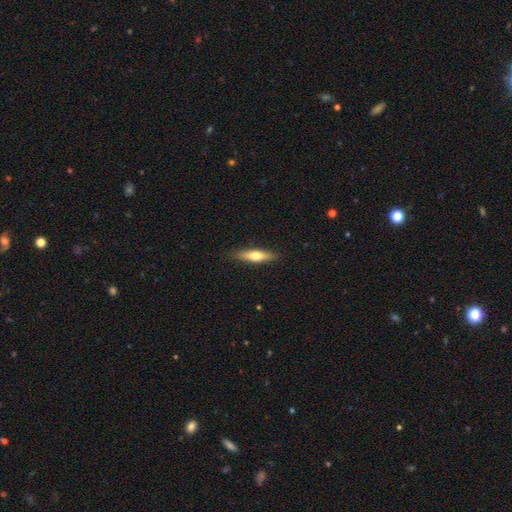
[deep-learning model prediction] This is possibly a smooth galaxy (54%). How rounded: likely cigar-shaped (72%). Merging: clearly none (87%).